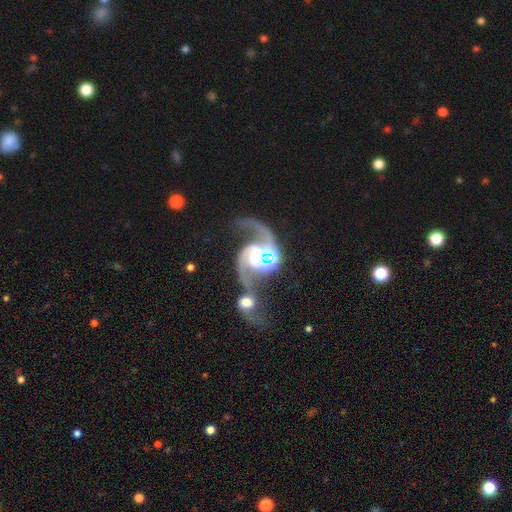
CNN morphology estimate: This is clearly a featured or disk galaxy (83%). It is clearly not viewed edge-on (98%). Bar: possibly no (52%). Spiral arm pattern: clearly yes (96%). Spiral arm count: clearly 2 (87%). Spiral winding: likely loose (64%). Central bulge: marginally moderate (37%). Merging: possibly merger (57%).